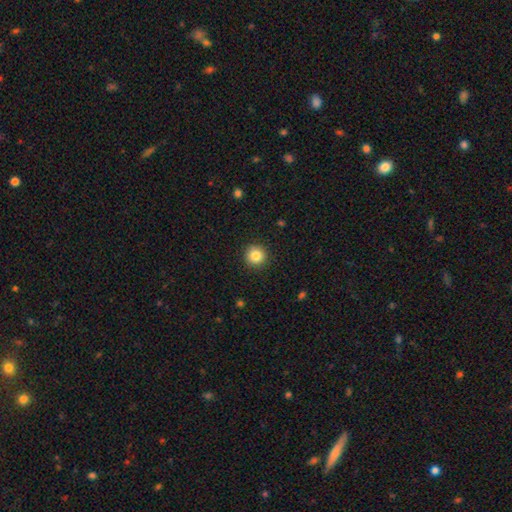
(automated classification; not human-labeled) Q: Smooth or featured?
A: smooth (84%); runner-up: star or artifact (10%)
Q: How rounded?
A: round (95%); runner-up: in between (4%)
Q: Merging?
A: none (92%); runner-up: minor disturbance (5%)